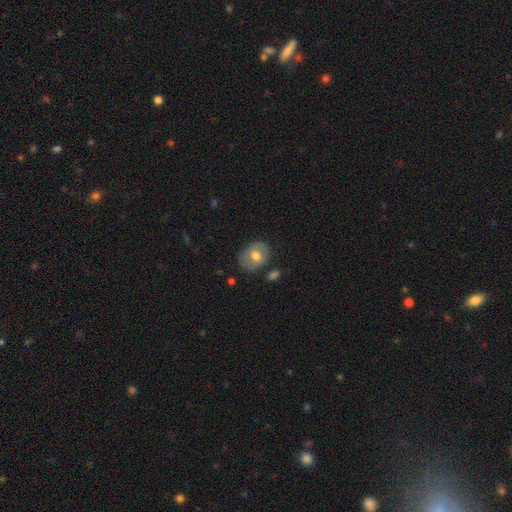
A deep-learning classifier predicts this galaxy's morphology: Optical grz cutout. It shows a smooth galaxy with no disk features (60%) that is in between round and cigar-shaped (58%). Merging: none (75%).